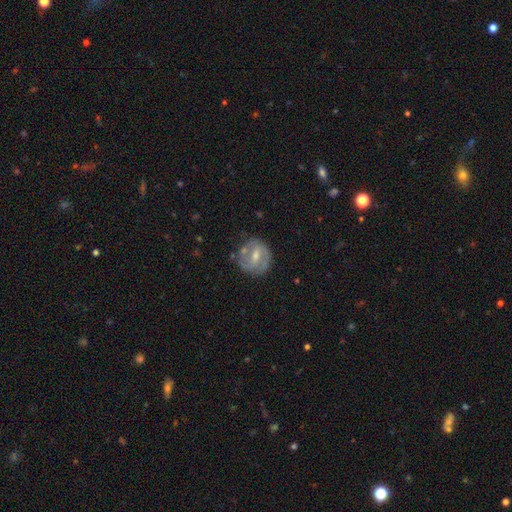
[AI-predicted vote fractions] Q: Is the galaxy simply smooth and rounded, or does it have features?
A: featured or disk — 66%.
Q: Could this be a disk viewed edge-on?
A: no — 96%.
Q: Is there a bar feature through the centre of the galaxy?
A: weak — 50%.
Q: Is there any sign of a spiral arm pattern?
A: yes — 71%.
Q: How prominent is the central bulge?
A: moderate — 54%.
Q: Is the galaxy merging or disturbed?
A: none — 76%.